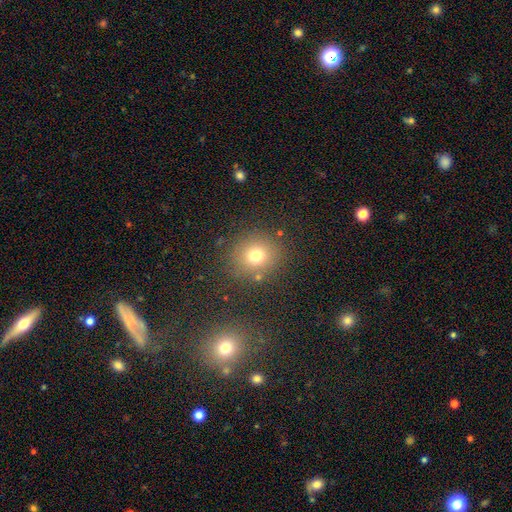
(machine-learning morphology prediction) Smooth or featured: smooth — 74% (star or artifact — 17%)
How rounded: round — 86% (in between — 13%)
Merging: none — 83% (minor disturbance — 9%)